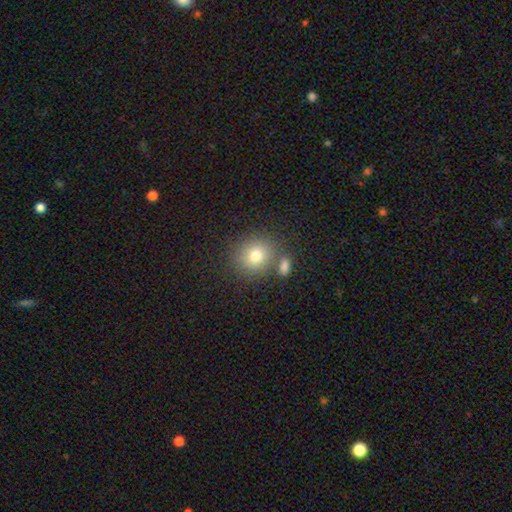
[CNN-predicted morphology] Smooth or featured? Predicted: smooth (p=0.78). How rounded? Predicted: round (p=0.82). Merging? Predicted: none (p=0.70).